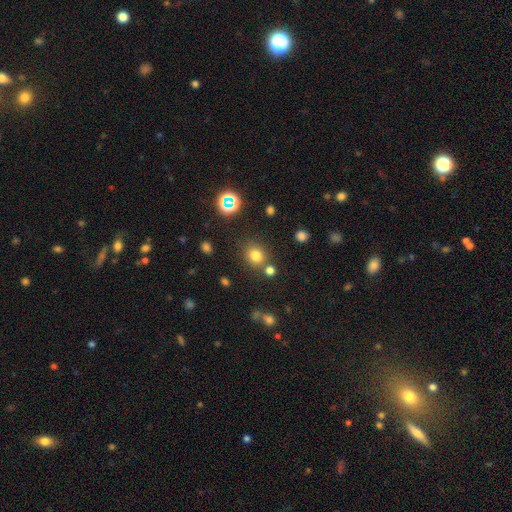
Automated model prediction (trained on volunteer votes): This is likely a smooth galaxy (76%). How rounded: likely round (78%). Merging: likely none (76%).